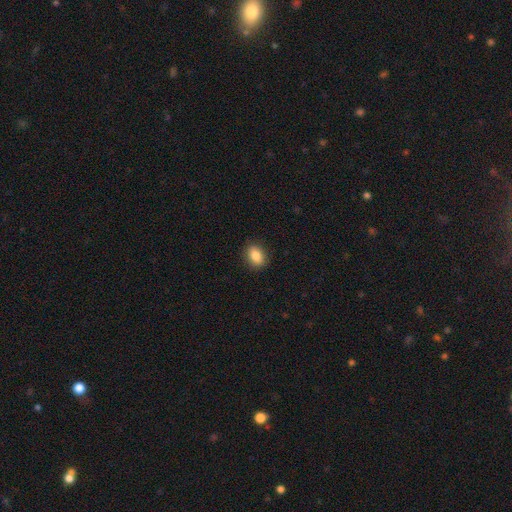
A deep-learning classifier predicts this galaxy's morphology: This is clearly a smooth galaxy (86%). How rounded: likely in between (67%). Merging: clearly none (89%).